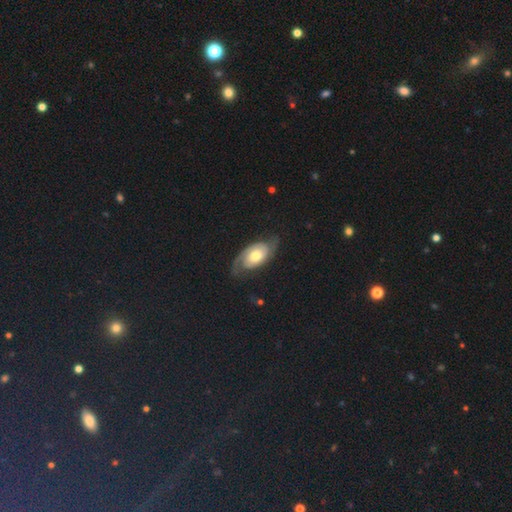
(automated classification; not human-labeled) A featured or disk galaxy (79%) with no bar (74%), 2 (78%) tight (44%) spiral arms (92%) and a moderate central bulge (67%). Merging: none (68%).